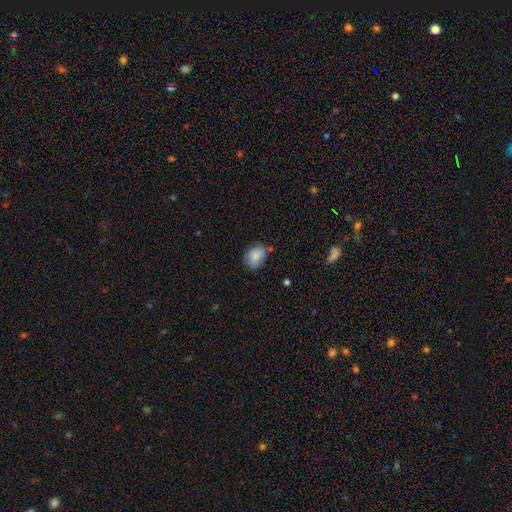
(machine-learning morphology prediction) This is clearly a smooth galaxy (84%). How rounded: likely in between (65%). Merging: likely none (67%).